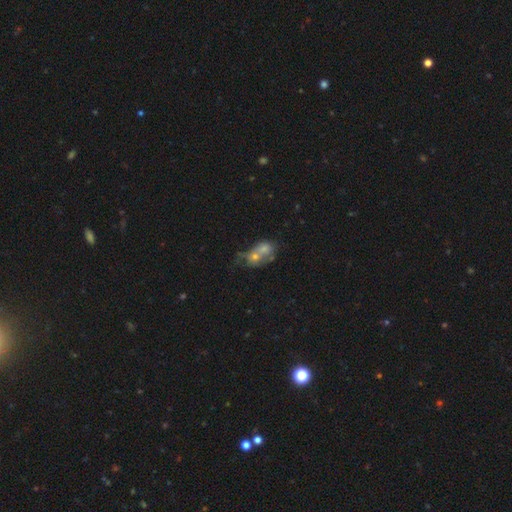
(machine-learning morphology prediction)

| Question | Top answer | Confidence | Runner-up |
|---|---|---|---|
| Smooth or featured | smooth | 45% | featured or disk (36%) |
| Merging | merger | 62% | none (20%) |